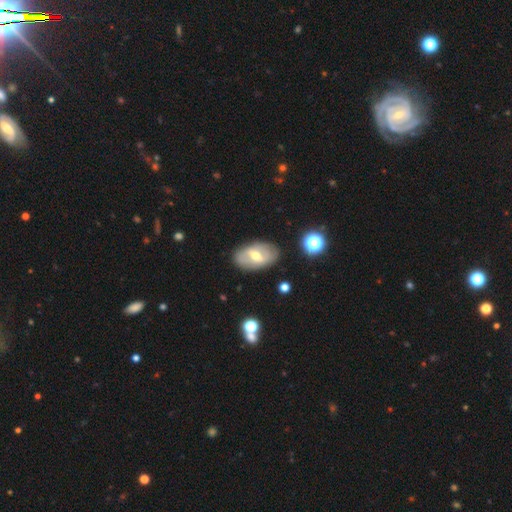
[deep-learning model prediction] Smooth or featured? Predicted: featured or disk (p=0.57). Edge-on disk? Predicted: no (p=0.90). Bar? Predicted: weak (p=0.46). Spiral arms? Predicted: no (p=0.61). Bulge size? Predicted: moderate (p=0.68). Merging? Predicted: none (p=0.82).